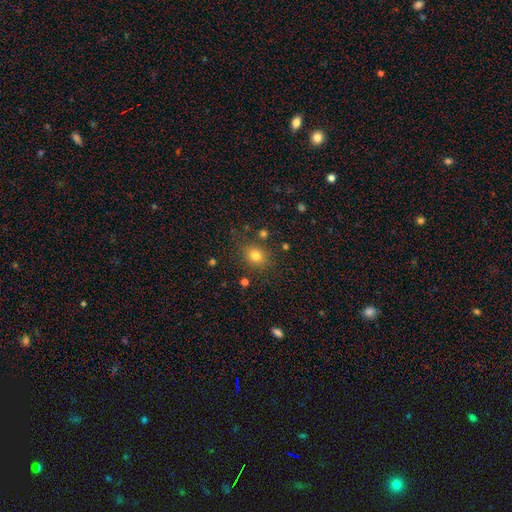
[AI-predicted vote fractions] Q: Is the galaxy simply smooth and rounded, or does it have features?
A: smooth — 78%.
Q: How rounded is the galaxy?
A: round — 61%.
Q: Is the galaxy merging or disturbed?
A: none — 81%.